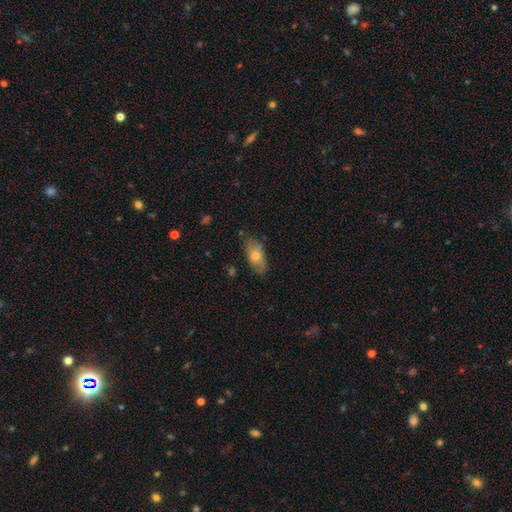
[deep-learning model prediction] Smooth or featured? smooth (65%)
How rounded? in between (86%)
Merging? none (74%)